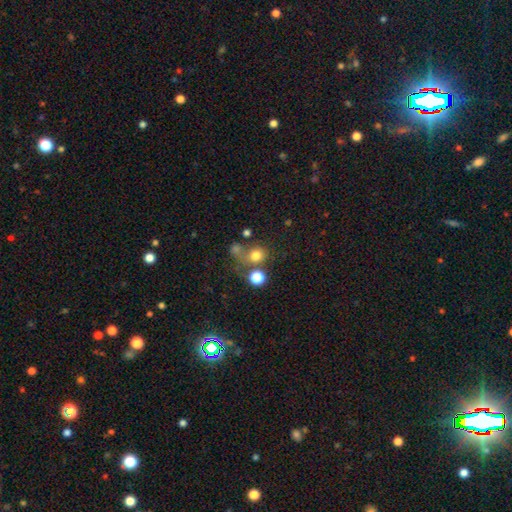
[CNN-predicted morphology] Smooth or featured: smooth — 73% (star or artifact — 16%)
How rounded: round — 82% (in between — 17%)
Merging: none — 52% (merger — 25%)